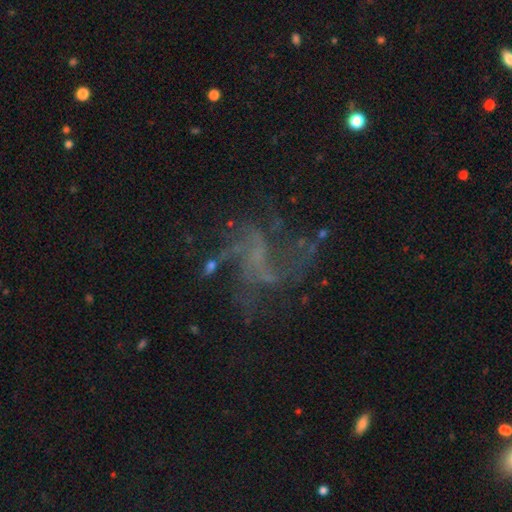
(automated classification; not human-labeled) Smooth or featured? featured or disk (71%)
Edge-on disk? no (98%)
Bar? no (58%)
Spiral arms? yes (79%)
Spiral winding? loose (64%)
Spiral arm count? can't tell (26%)
Bulge size? none (66%)
Merging? none (51%)